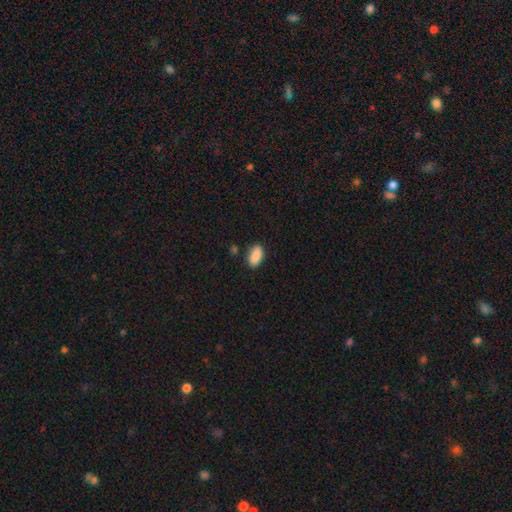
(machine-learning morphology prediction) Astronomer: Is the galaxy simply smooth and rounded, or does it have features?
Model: smooth — 89%.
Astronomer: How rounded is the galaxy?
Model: in between — 92%.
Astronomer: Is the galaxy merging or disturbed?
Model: none — 83%.